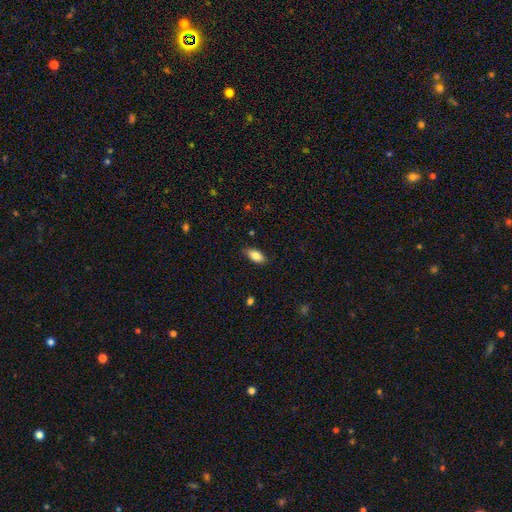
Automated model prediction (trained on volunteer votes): Smooth or featured? Predicted: smooth (p=0.83). How rounded? Predicted: in between (p=0.89). Merging? Predicted: none (p=0.84).